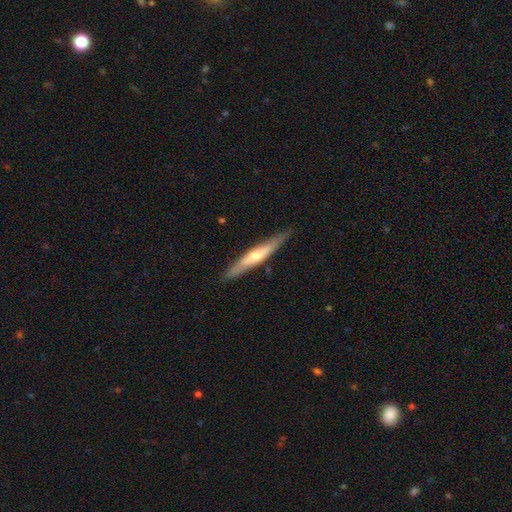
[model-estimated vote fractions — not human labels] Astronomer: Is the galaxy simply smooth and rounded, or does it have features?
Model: featured or disk — 59% (runner-up: smooth, 35%).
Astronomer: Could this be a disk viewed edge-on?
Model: yes — 90%.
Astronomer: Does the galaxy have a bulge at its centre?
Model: rounded — 78%.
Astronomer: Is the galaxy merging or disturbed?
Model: none — 88%.